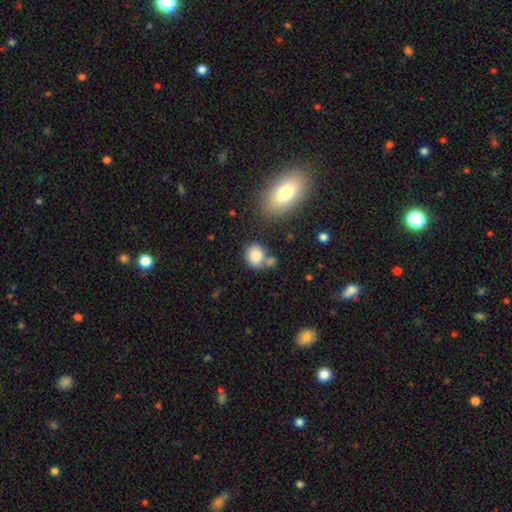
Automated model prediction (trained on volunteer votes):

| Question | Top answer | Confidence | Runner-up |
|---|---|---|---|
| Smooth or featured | smooth | 84% | star or artifact (8%) |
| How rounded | round | 57% | in between (42%) |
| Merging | none | 56% | merger (22%) |